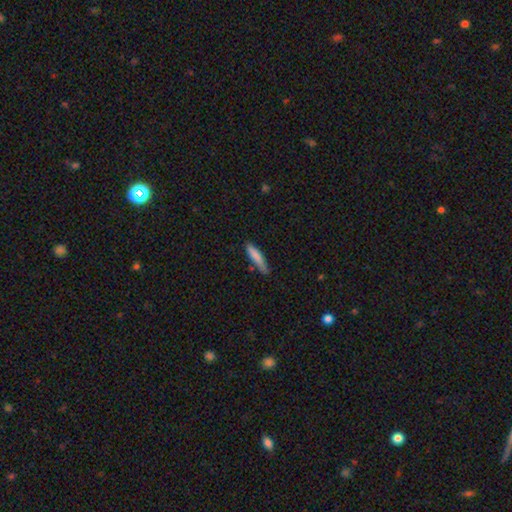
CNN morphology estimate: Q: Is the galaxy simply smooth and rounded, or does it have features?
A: smooth — 82%.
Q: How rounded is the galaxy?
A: cigar-shaped — 85%.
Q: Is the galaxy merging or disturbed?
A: none — 70%.